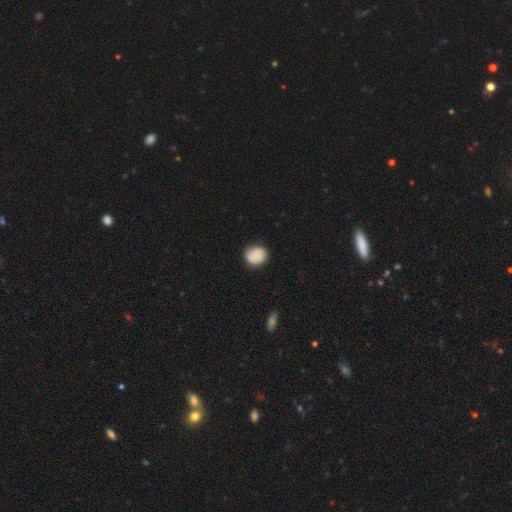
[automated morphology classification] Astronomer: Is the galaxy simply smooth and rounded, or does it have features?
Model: smooth — 70%.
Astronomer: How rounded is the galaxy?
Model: round — 76%.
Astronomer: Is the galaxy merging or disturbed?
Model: none — 77%.